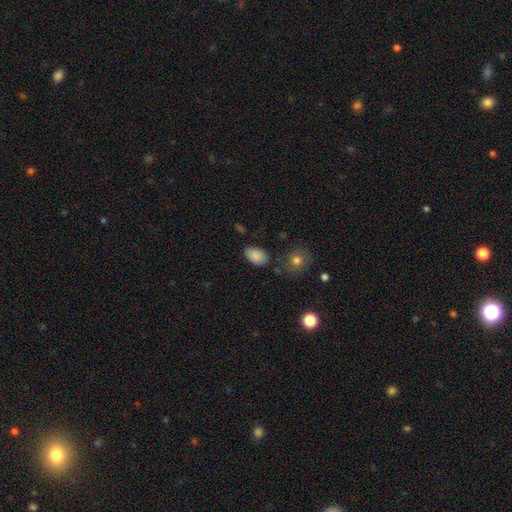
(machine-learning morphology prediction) smooth 87%, star or artifact 8%, featured or disk 5%. Down the decision tree: how rounded — in between (91%); merging — none (80%).